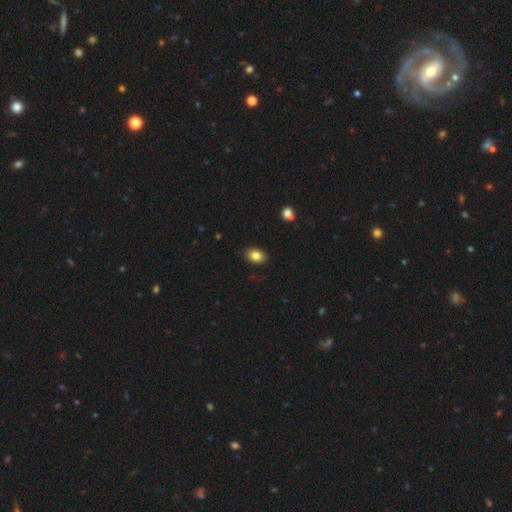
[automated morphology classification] This appears to be a smooth galaxy with no disk features (84%) that is in between round and cigar-shaped (77%). Merging: none (88%).